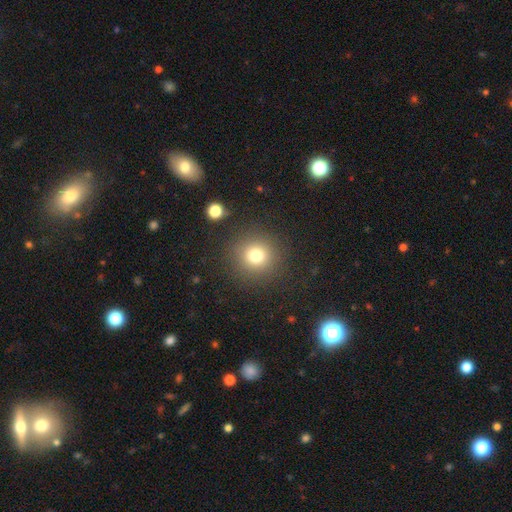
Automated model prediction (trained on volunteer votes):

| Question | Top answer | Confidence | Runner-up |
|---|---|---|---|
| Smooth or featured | smooth | 76% | star or artifact (16%) |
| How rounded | round | 94% | in between (5%) |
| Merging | none | 88% | minor disturbance (6%) |